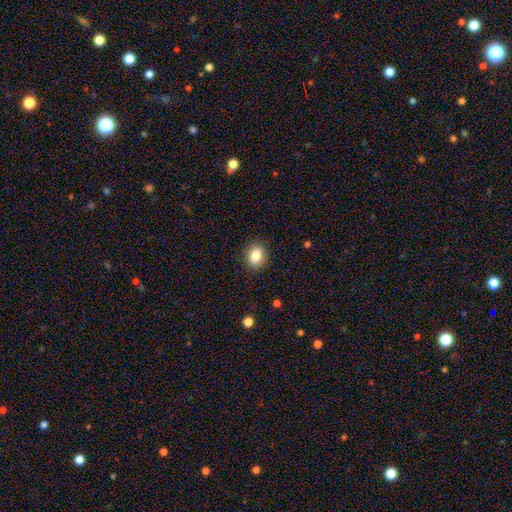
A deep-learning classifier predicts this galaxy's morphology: This is clearly a smooth galaxy (84%). How rounded: possibly in between (50%). Merging: clearly none (89%).